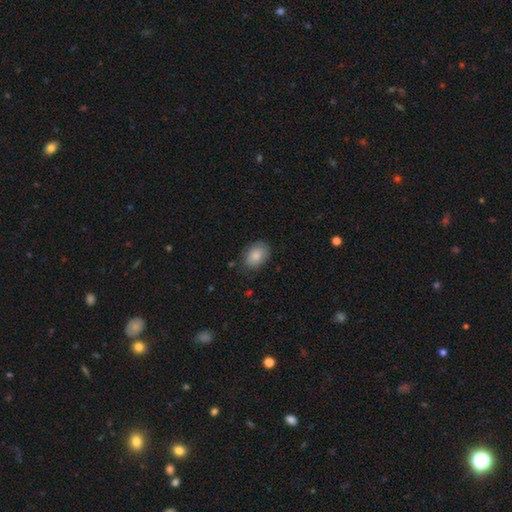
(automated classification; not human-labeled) A smooth galaxy with no disk features (85%) that is in between round and cigar-shaped (80%). Merging: none (77%).